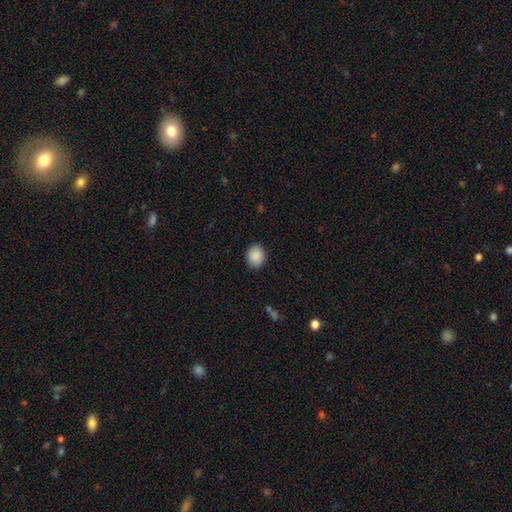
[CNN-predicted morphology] smooth_or_featured: smooth (p=0.89) [alt: star or artifact p=0.08]
how_rounded: round (p=0.57) [alt: in between p=0.42]
merging: none (p=0.88) [alt: minor disturbance p=0.08]